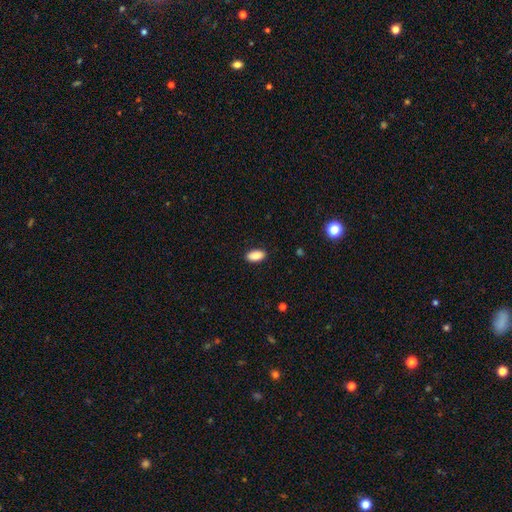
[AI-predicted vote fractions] Q: Smooth or featured?
A: smooth (89%); runner-up: star or artifact (7%)
Q: How rounded?
A: in between (92%); runner-up: cigar-shaped (5%)
Q: Merging?
A: none (89%); runner-up: minor disturbance (8%)